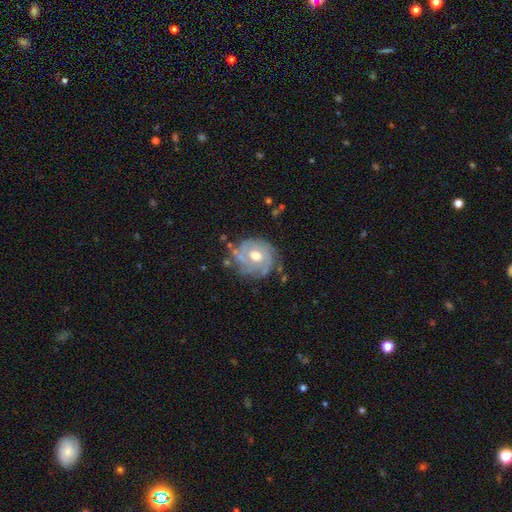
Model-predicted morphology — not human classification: This appears to be a featured or disk galaxy (78%) with no bar (73%), tight (67%) spiral arms (87%) and a moderate central bulge (78%). Merging: none (71%).